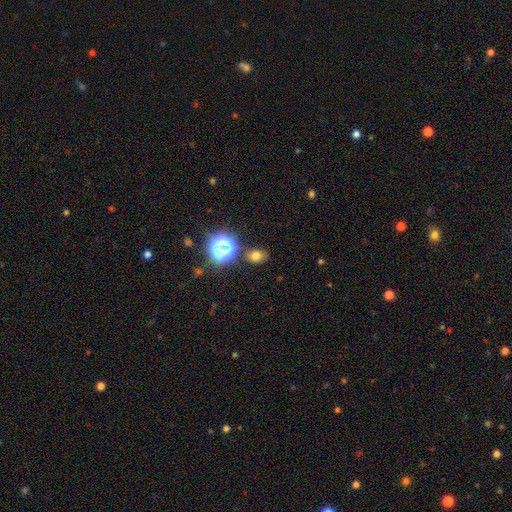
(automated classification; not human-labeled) Q: Smooth or featured?
A: smooth (67%); runner-up: star or artifact (24%)
Q: How rounded?
A: in between (59%); runner-up: round (40%)
Q: Merging?
A: none (79%); runner-up: minor disturbance (12%)